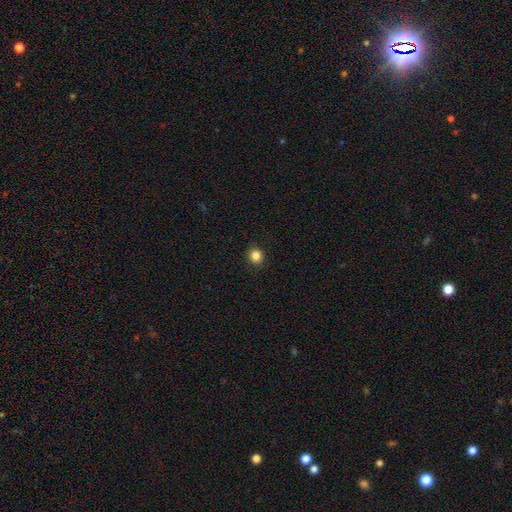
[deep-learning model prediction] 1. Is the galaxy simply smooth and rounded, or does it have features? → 85% smooth, 11% star or artifact, 4% featured or disk.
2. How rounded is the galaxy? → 85% round, 14% in between, 1% cigar-shaped.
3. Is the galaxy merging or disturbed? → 91% none, 6% minor disturbance, 2% major disturbance, 1% merger.